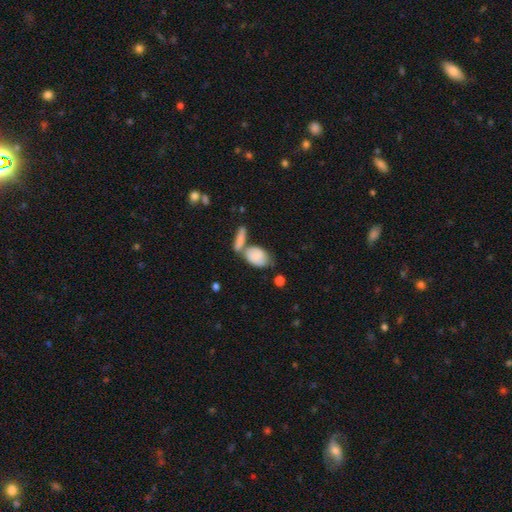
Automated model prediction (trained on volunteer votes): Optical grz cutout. It shows a smooth galaxy with no disk features (78%) that is in between round and cigar-shaped (82%). Merging: merger (39%).